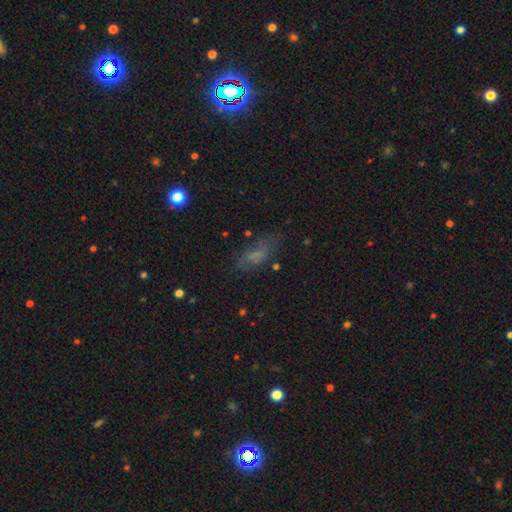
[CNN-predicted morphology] type=smooth (54%); roundness=in between (74%); merging=none (60%).